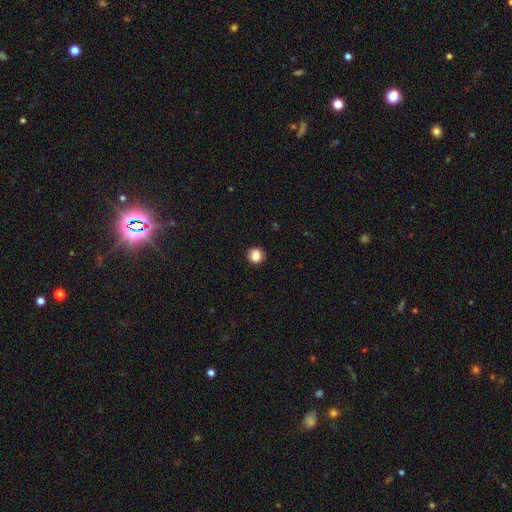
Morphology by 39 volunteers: Volunteers were most divided on "smooth or featured": smooth: 85%, star or artifact: 10%, featured or disk: 5%. More confident: merging — none (94%); how rounded — round (88%).